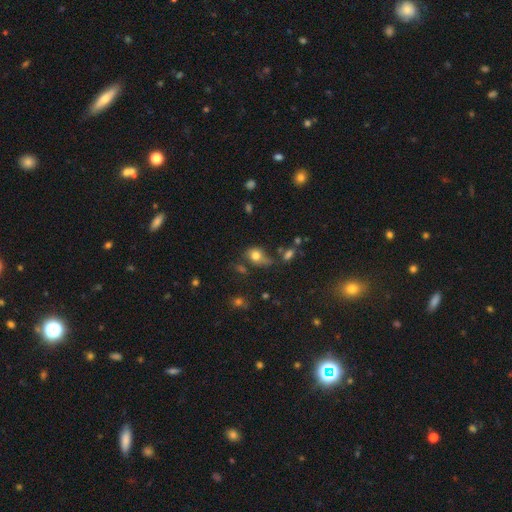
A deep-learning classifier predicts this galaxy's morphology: Q: Smooth or featured?
A: smooth (76%); runner-up: featured or disk (13%)
Q: How rounded?
A: in between (59%); runner-up: round (39%)
Q: Merging?
A: none (40%); runner-up: minor disturbance (29%)